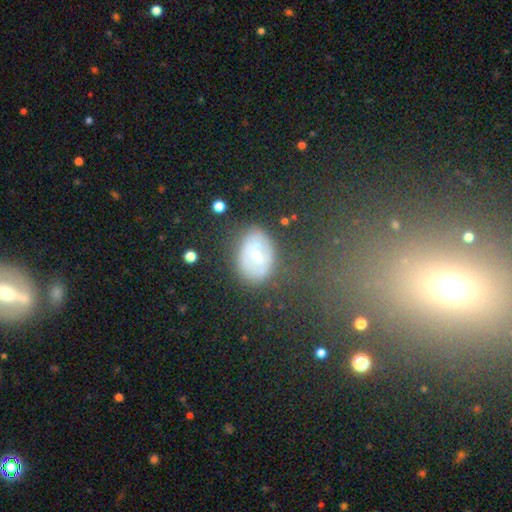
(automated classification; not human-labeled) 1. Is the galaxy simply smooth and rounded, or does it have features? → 47% smooth, 40% featured or disk, 13% star or artifact.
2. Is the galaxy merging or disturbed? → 68% none, 20% minor disturbance, 9% major disturbance, 3% merger.